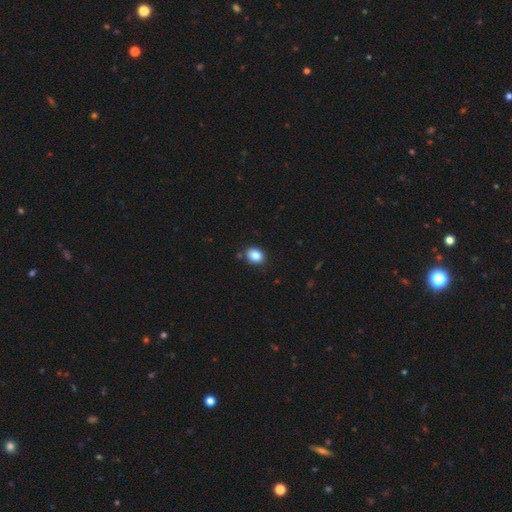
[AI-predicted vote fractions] This is clearly a smooth galaxy (85%). How rounded: likely in between (61%). Merging: clearly none (83%).